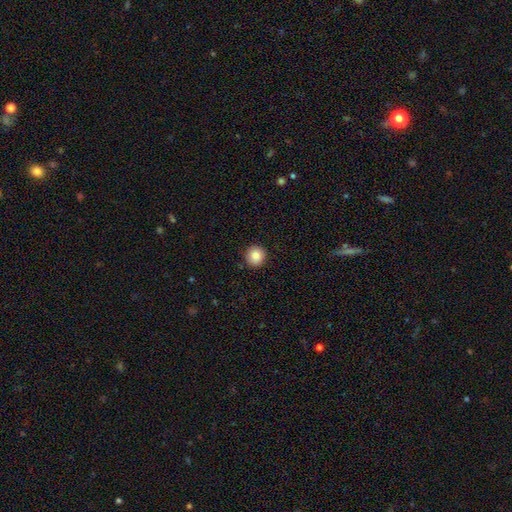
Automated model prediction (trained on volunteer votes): Morphology: type=smooth (87%); roundness=round (93%); merging=none (91%).